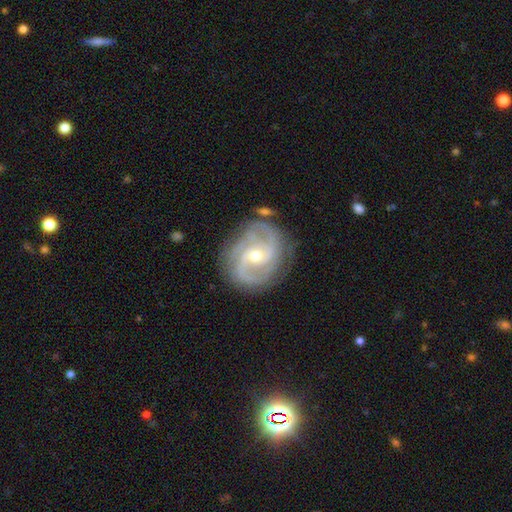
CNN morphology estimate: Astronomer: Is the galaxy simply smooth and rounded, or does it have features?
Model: featured or disk — 91%.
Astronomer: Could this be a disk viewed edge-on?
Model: no — 98%.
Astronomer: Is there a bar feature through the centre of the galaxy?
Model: no — 53% (runner-up: weak, 37%).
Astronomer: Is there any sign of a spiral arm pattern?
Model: yes — 98%.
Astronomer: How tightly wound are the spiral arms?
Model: medium — 46% (runner-up: tight, 43%).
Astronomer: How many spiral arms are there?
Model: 2 — 47% (runner-up: 3, 29%).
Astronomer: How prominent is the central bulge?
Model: small — 49% (runner-up: moderate, 48%).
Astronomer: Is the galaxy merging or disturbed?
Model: none — 76%.